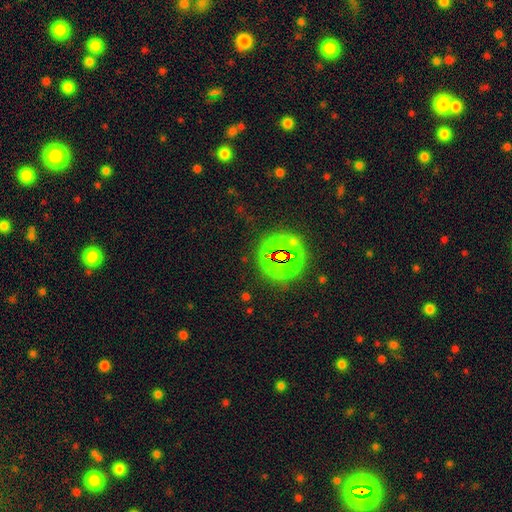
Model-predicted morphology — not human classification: Smooth or featured? Predicted: star or artifact (p=0.74).